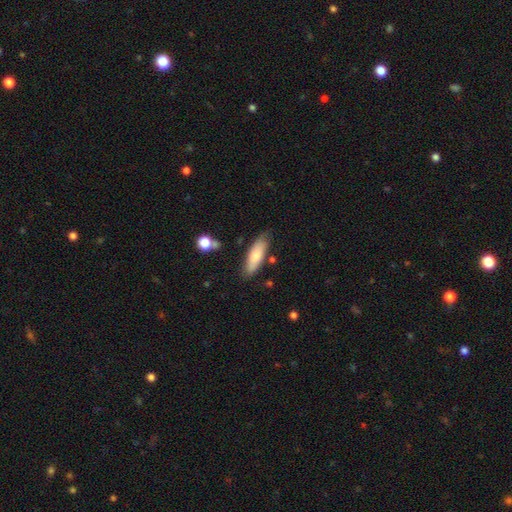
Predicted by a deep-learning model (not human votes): Overall: smooth (76%). How rounded: in between (54%; cigar-shaped 44%). Merging: none (76%).